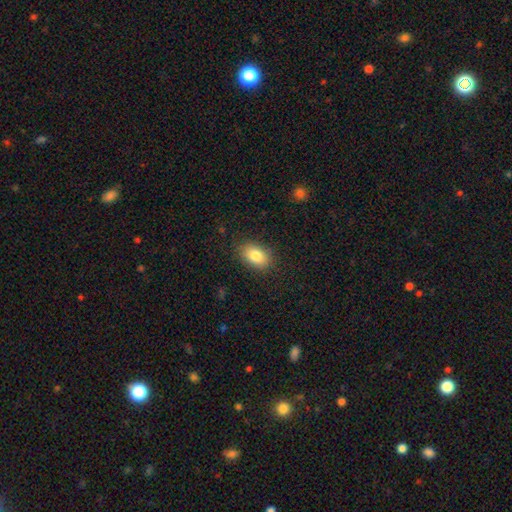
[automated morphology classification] This appears to be a smooth galaxy with no disk features (83%) that is in between round and cigar-shaped (85%). Merging: none (86%).